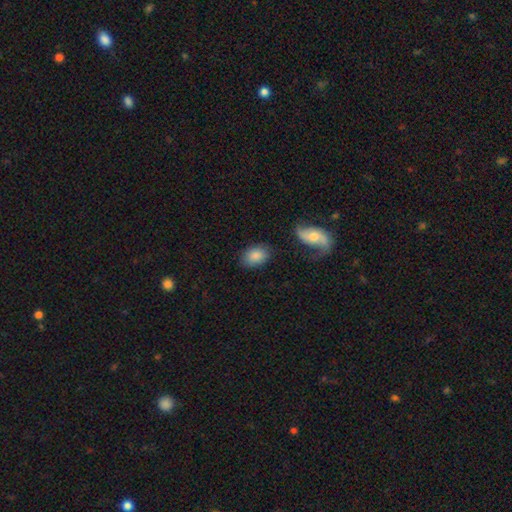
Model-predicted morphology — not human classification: Q: Smooth or featured?
A: smooth (85%); runner-up: featured or disk (8%)
Q: How rounded?
A: in between (84%); runner-up: round (15%)
Q: Merging?
A: none (79%); runner-up: minor disturbance (13%)